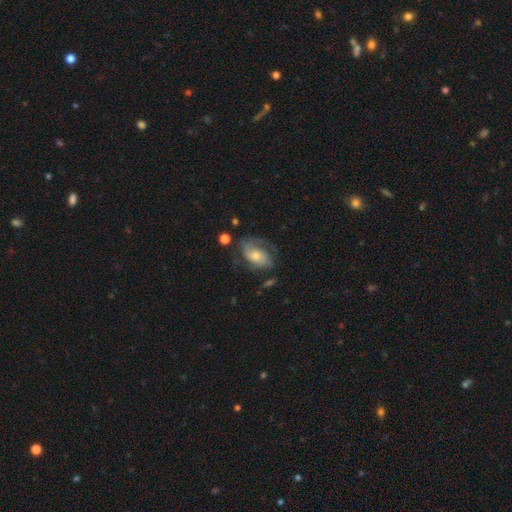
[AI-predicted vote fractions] The model was most divided on "spiral winding": medium: 43%, tight: 31%, loose: 25%. More confident: edge-on disk — no (96%); spiral arms — yes (87%); smooth or featured — featured or disk (67%); bar — no (66%); spiral arm count — 2 (57%); merging — none (55%); bulge size — moderate (52%).